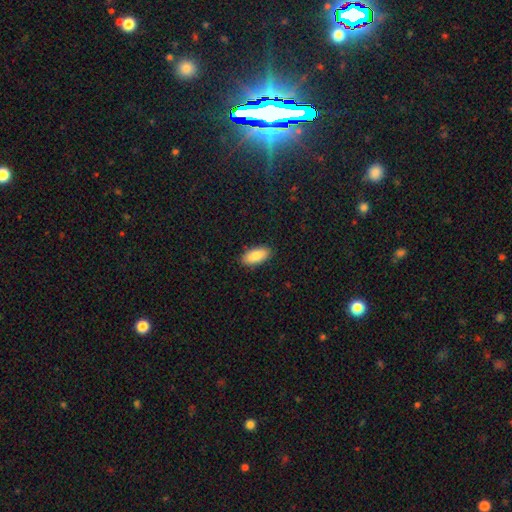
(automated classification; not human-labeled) smooth 87%, featured or disk 7%, star or artifact 6%. Down the decision tree: how rounded — in between (90%); merging — none (89%).